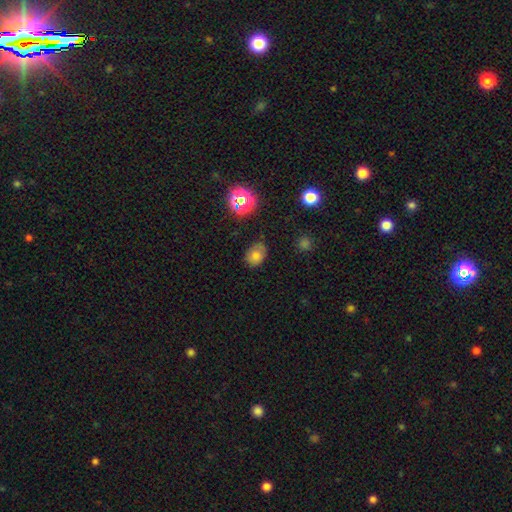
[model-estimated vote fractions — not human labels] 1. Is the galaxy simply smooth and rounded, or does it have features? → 73% smooth, 15% star or artifact, 12% featured or disk.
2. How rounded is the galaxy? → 61% in between, 38% round, 1% cigar-shaped.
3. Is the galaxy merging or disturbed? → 71% none, 22% minor disturbance, 5% major disturbance, 2% merger.